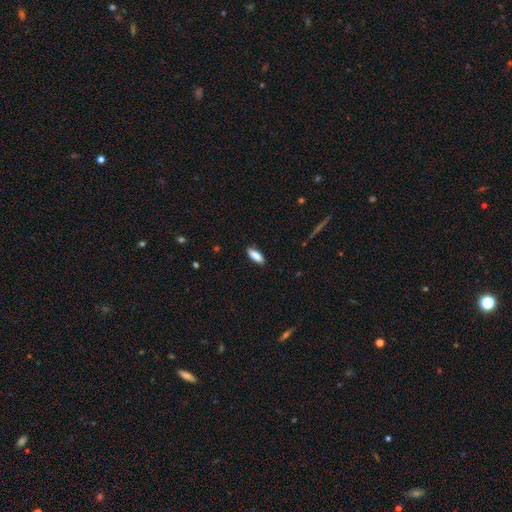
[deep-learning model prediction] This appears to be a smooth galaxy with no disk features (84%) that is in between round and cigar-shaped (69%). Merging: none (87%).